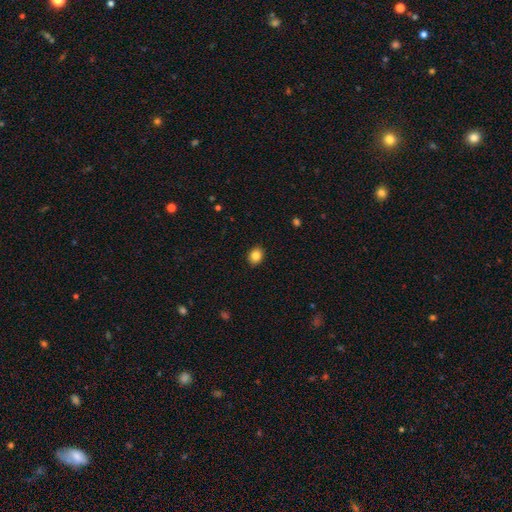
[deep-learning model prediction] A smooth galaxy with no disk features (84%) that is round (54%).

Vote fractions:
- Smooth or featured? smooth: 84% / star or artifact: 10% / featured or disk: 6%
- How rounded? round: 54% / in between: 45% / cigar-shaped: 1%
- Merging? none: 90% / minor disturbance: 7% / major disturbance: 2% / merger: 1%